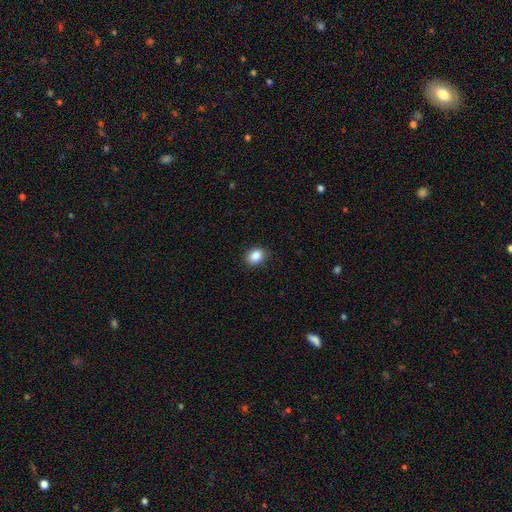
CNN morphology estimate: A smooth galaxy with no disk features (87%) that is in between round and cigar-shaped (58%). Merging: none (88%).